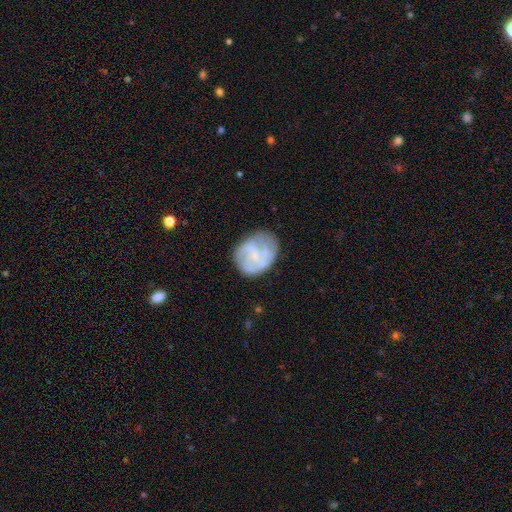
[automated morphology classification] This appears to be a featured or disk galaxy (65%) with no bar (66%), tight (45%) spiral arms (88%) and a small central bulge (58%). Merging: none (71%).